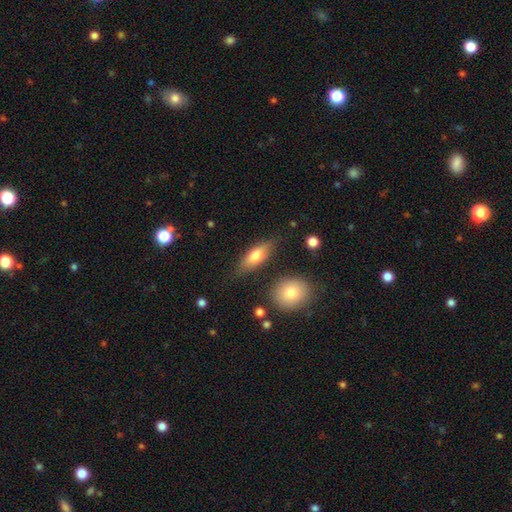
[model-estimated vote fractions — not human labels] Smooth or featured? Predicted: smooth (p=0.69). How rounded? Predicted: in between (p=0.71). Merging? Predicted: none (p=0.76).